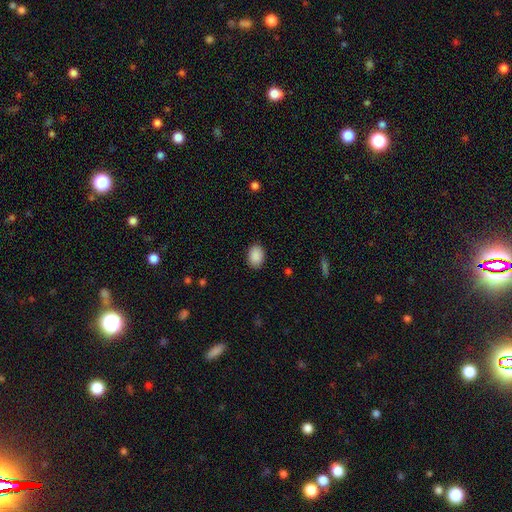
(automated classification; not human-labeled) A smooth galaxy with no disk features (90%) that is in between round and cigar-shaped (77%).

Vote fractions:
- Smooth or featured? smooth: 90% / star or artifact: 7% / featured or disk: 3%
- How rounded? in between: 77% / round: 22% / cigar-shaped: 1%
- Merging? none: 88% / minor disturbance: 9% / major disturbance: 2% / merger: 1%